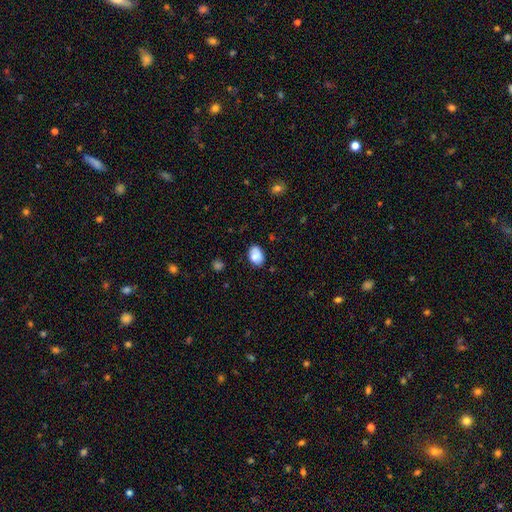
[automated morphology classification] A smooth galaxy with no disk features (83%) that is in between round and cigar-shaped (79%). Merging: none (74%).